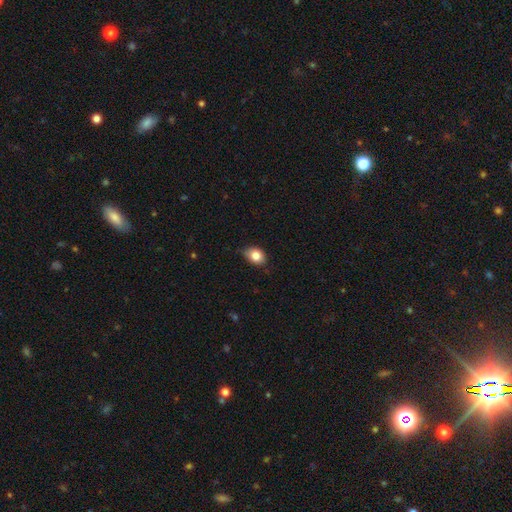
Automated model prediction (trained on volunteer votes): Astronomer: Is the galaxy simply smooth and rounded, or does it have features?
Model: smooth — 82%.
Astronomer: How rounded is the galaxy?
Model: in between — 67%.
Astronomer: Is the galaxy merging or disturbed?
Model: none — 71%.